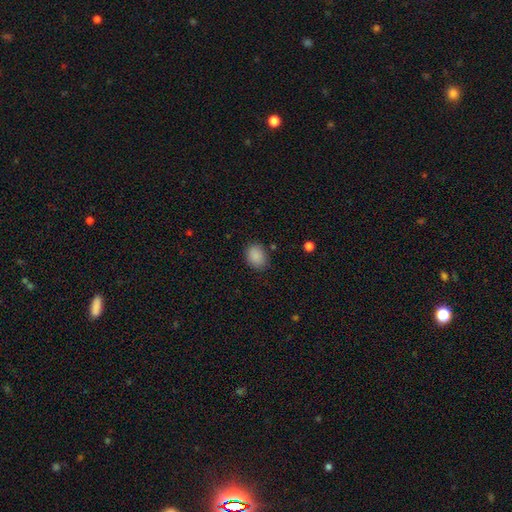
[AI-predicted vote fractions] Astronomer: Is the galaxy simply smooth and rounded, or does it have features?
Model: smooth — 88%.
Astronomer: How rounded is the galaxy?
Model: in between — 63%.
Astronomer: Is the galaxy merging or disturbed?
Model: none — 81%.